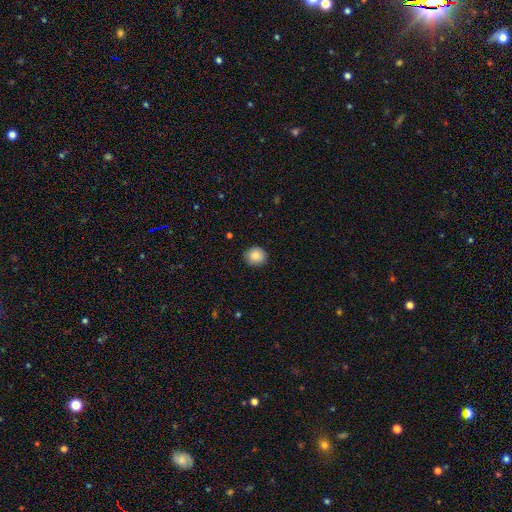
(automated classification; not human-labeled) Smooth or featured? Predicted: smooth (p=0.86). How rounded? Predicted: round (p=0.84). Merging? Predicted: none (p=0.89).